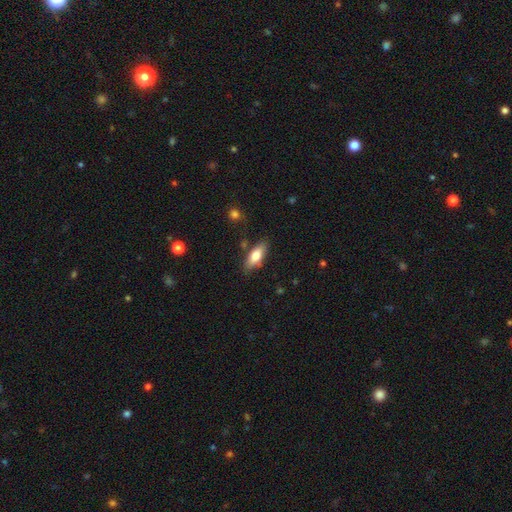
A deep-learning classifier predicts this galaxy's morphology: The model was most divided on "how rounded": in between: 72%, cigar-shaped: 25%, round: 3%. More confident: merging — none (80%); smooth or featured — smooth (75%).